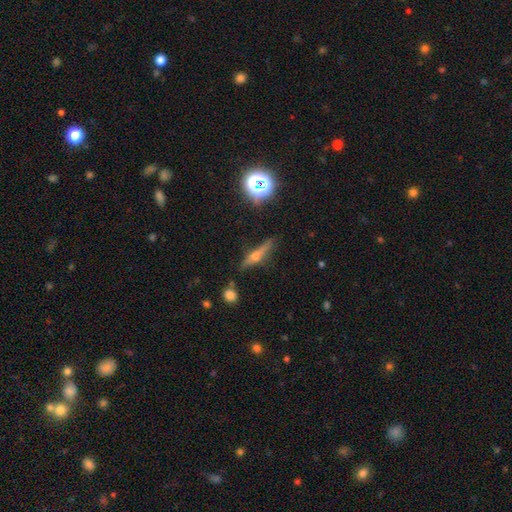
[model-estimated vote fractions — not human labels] Smooth or featured? featured or disk (55%)
Edge-on disk? yes (94%)
Edge-on bulge? rounded (81%)
Merging? none (79%)